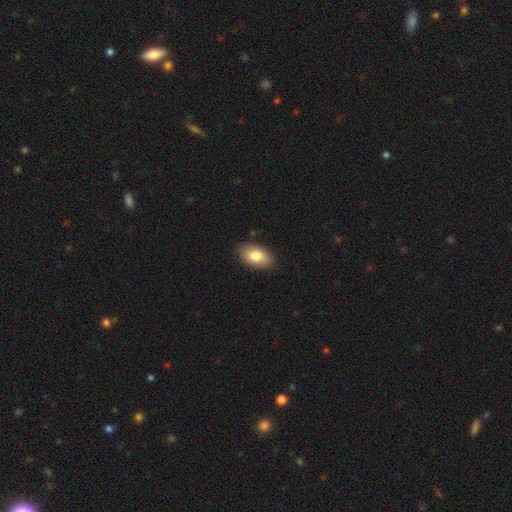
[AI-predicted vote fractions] This appears to be a smooth galaxy with no disk features (83%) that is in between round and cigar-shaped (92%). Merging: none (87%).